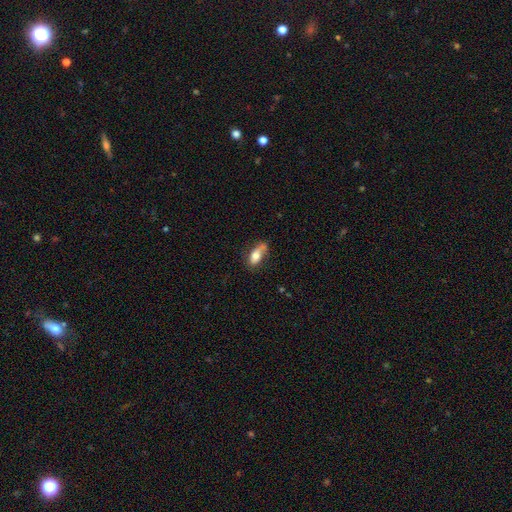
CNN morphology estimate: Q: Smooth or featured?
A: smooth (71%); runner-up: featured or disk (22%)
Q: How rounded?
A: in between (80%); runner-up: cigar-shaped (16%)
Q: Merging?
A: none (43%); runner-up: minor disturbance (32%)